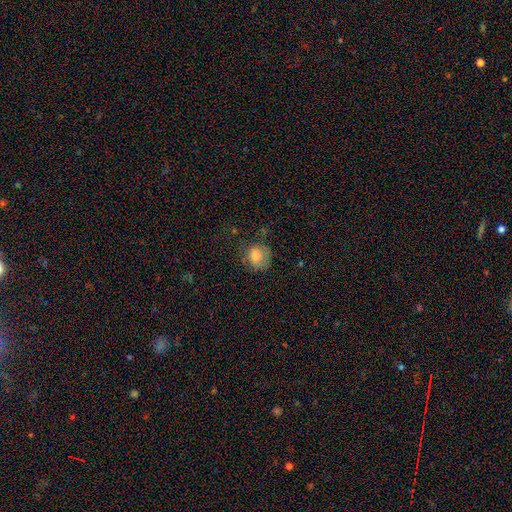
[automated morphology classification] Q: Smooth or featured?
A: smooth (79%); runner-up: featured or disk (11%)
Q: How rounded?
A: round (74%); runner-up: in between (25%)
Q: Merging?
A: none (61%); runner-up: minor disturbance (25%)